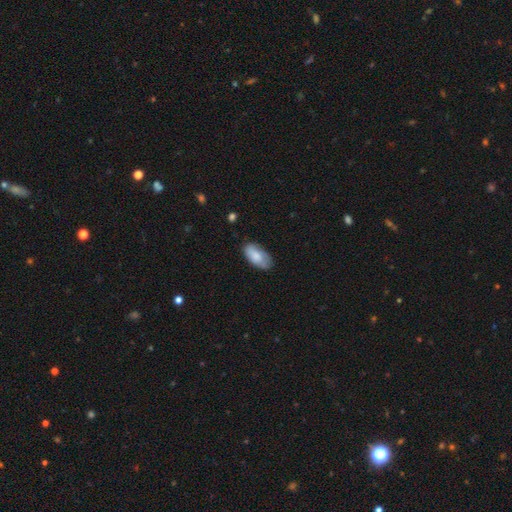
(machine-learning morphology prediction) type=smooth (78%); roundness=in between (94%); merging=none (69%).